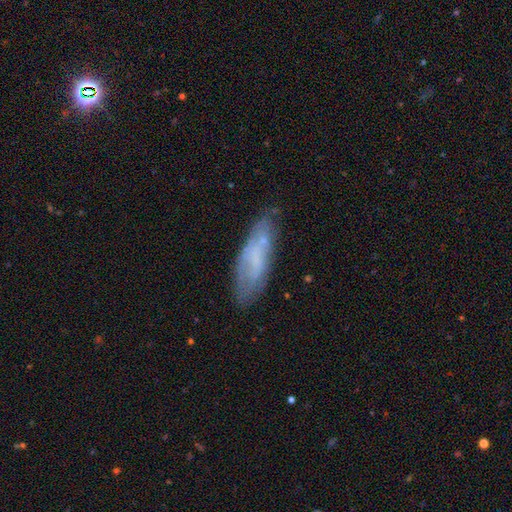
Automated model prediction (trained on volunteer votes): A smooth galaxy with no disk features (47%). Merging: none (64%).